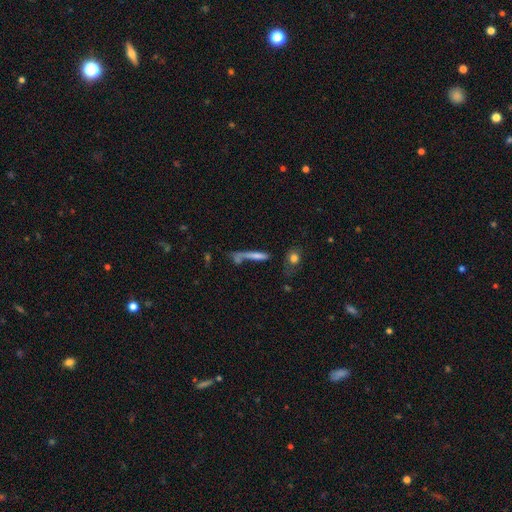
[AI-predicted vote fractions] This appears to be a smooth galaxy with no disk features (46%). Merging: none (50%).